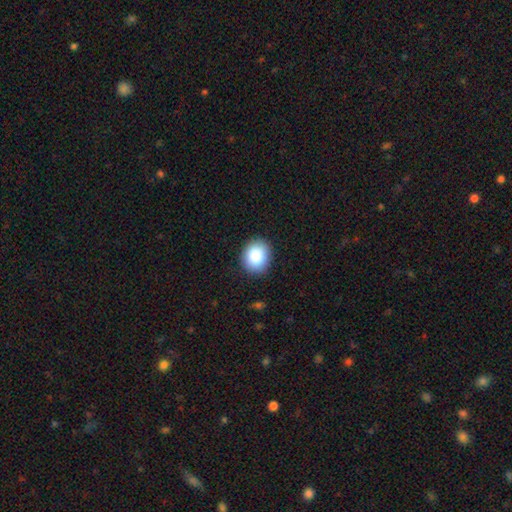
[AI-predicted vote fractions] smooth 88%, star or artifact 8%, featured or disk 4%. Down the decision tree: how rounded — round (66%); merging — none (88%).